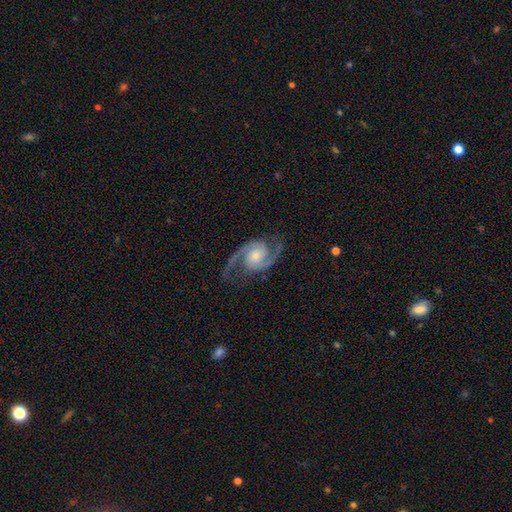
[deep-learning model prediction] Smooth or featured?
  - featured or disk: 93% *
  - star or artifact: 4%
  - smooth: 3%
Edge-on disk?
  - no: 98% *
  - yes: 2%
Bar?
  - no: 64% *
  - weak: 28%
  - strong: 7%
Spiral arms?
  - yes: 98% *
  - no: 2%
Spiral winding?
  - medium: 59% *
  - loose: 25%
  - tight: 17%
Spiral arm count?
  - 2: 94% *
  - can't tell: 1%
  - 3: 1%
  - 1: 1%
  - 4: 1%
  - more than 4: 1%
Bulge size?
  - moderate: 47% *
  - small: 33%
  - large: 12%
  - none: 7%
  - dominant: 2%
Merging?
  - none: 79% *
  - minor disturbance: 13%
  - major disturbance: 6%
  - merger: 1%